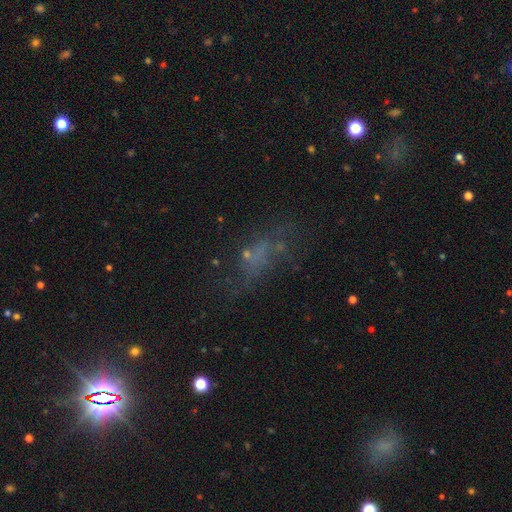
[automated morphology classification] The model was most divided on "smooth or featured": smooth: 38%, featured or disk: 34%, star or artifact: 28%. Remaining: merging — none (44%).